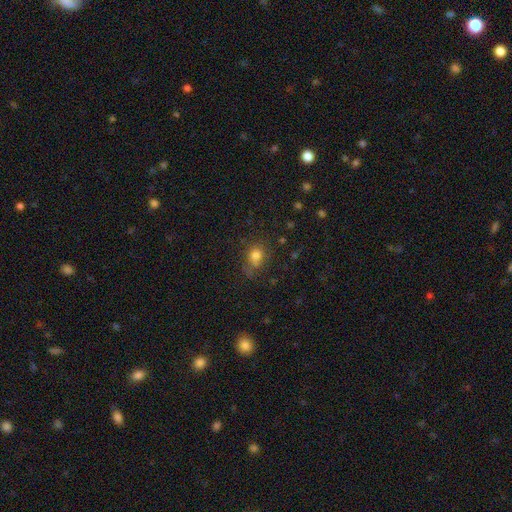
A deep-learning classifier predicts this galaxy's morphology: The model was most divided on "how rounded": round: 58%, in between: 41%, cigar-shaped: 1%. More confident: smooth or featured — smooth (76%); merging — none (59%).